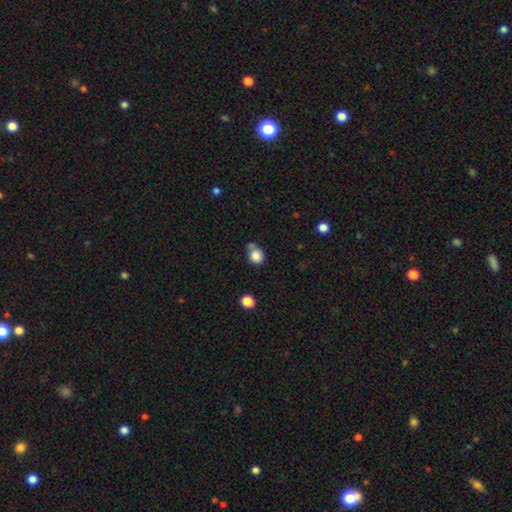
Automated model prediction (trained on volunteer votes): Q: Smooth or featured?
A: smooth (84%); runner-up: star or artifact (10%)
Q: How rounded?
A: round (74%); runner-up: in between (25%)
Q: Merging?
A: none (50%); runner-up: minor disturbance (22%)